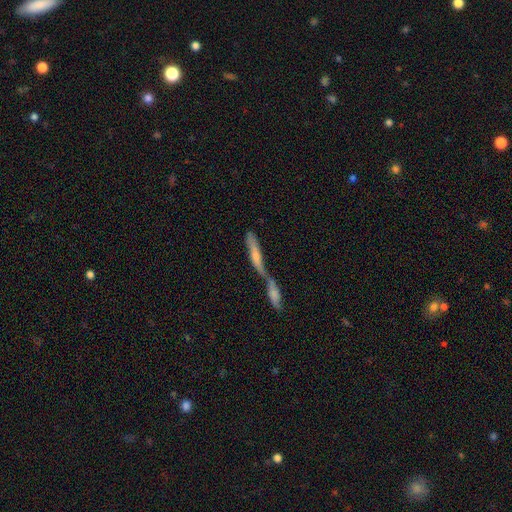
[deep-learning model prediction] smooth_or_featured: smooth (p=0.54) [alt: featured or disk p=0.38]
how_rounded: cigar-shaped (p=0.80) [alt: in between p=0.17]
merging: merger (p=0.73) [alt: none p=0.16]